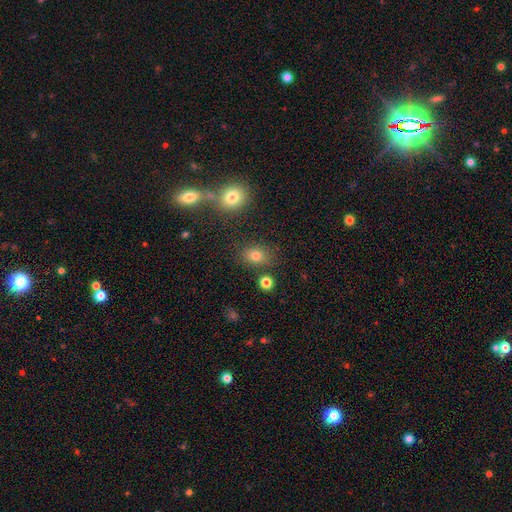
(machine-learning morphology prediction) A smooth galaxy with no disk features (79%) that is in between round and cigar-shaped (58%). Merging: none (77%).